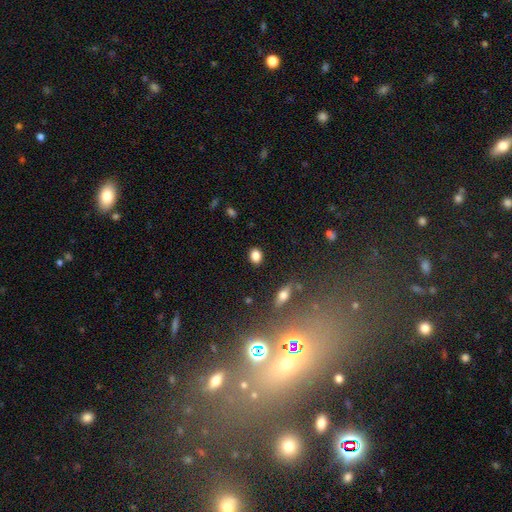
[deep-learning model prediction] Smooth or featured? Predicted: smooth (p=0.85). How rounded? Predicted: in between (p=0.52). Merging? Predicted: none (p=0.87).